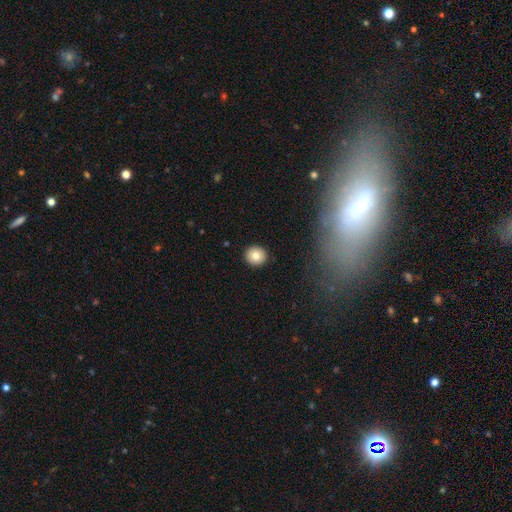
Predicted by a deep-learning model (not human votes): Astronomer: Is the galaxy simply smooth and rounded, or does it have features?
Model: smooth — 82%.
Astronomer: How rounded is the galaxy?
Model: round — 91%.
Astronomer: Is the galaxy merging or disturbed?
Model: none — 92%.